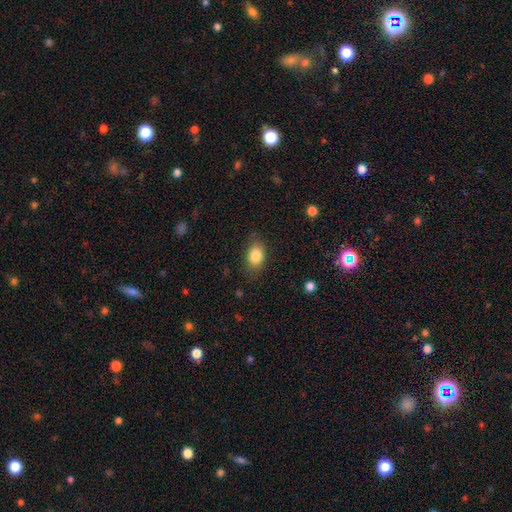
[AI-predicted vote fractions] Morphology: type=smooth (84%); roundness=in between (78%); merging=none (80%).